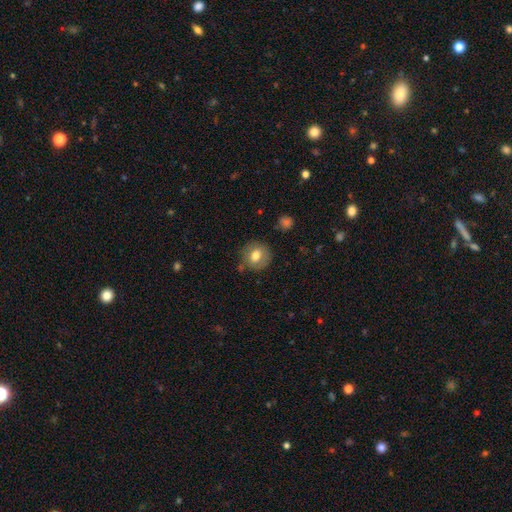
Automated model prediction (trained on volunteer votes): Smooth or featured? Predicted: smooth (p=0.72). How rounded? Predicted: round (p=0.84). Merging? Predicted: none (p=0.80).